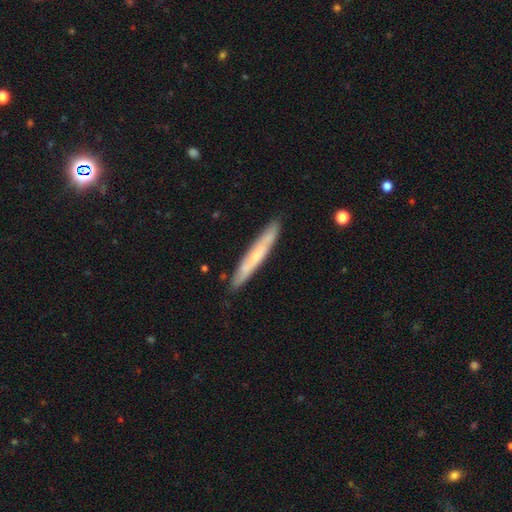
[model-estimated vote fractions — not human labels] Q: Smooth or featured?
A: featured or disk (49%); runner-up: smooth (46%)
Q: Merging?
A: none (86%); runner-up: minor disturbance (11%)